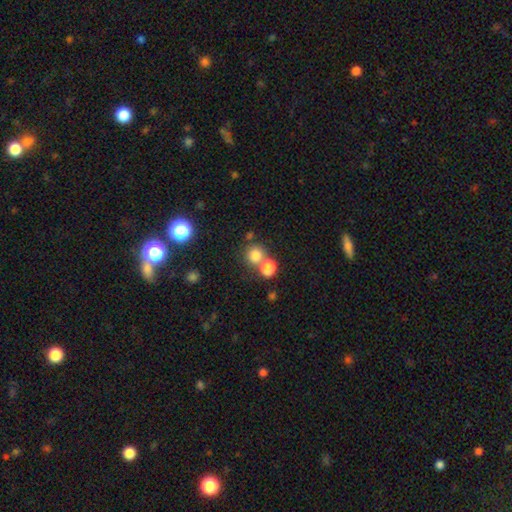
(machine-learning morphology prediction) A smooth galaxy with no disk features (78%) that is round (84%). Merging: none (53%).